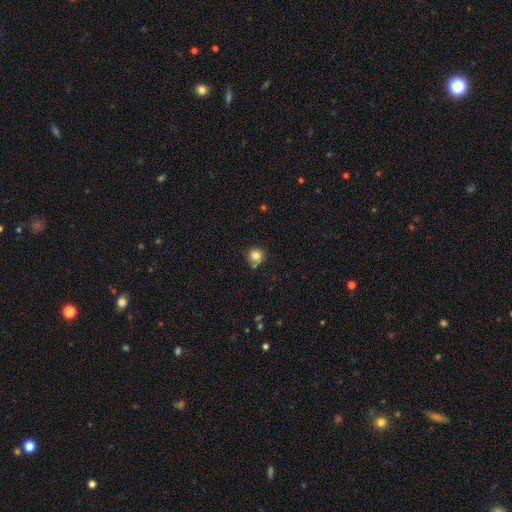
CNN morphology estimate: Overall: smooth (83%). How rounded: round (91%). Merging: none (76%).